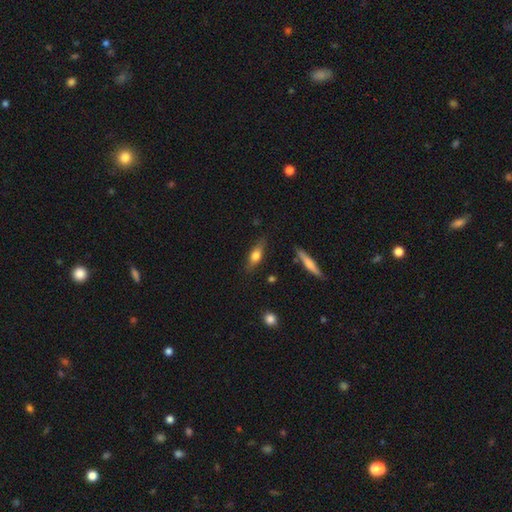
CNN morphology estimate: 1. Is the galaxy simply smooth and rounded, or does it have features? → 63% smooth, 30% featured or disk, 7% star or artifact.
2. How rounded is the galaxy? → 55% in between, 41% cigar-shaped, 4% round.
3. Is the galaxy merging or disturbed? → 80% none, 14% minor disturbance, 3% major disturbance, 3% merger.